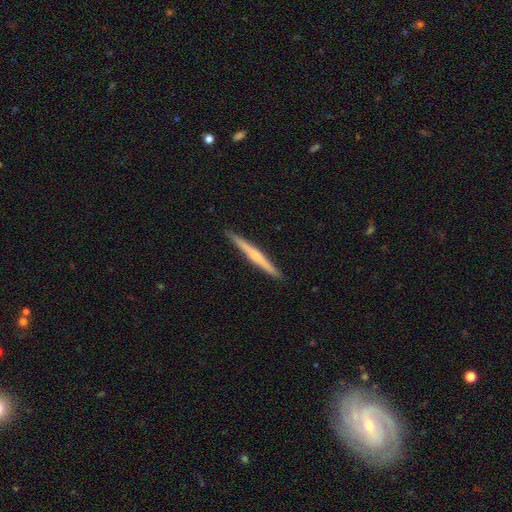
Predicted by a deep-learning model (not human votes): Smooth or featured?
  - featured or disk: 53% *
  - smooth: 42%
  - star or artifact: 5%
Edge-on disk?
  - yes: 98% *
  - no: 2%
Edge-on bulge?
  - none: 50% *
  - rounded: 41%
  - boxy: 9%
Merging?
  - none: 92% *
  - minor disturbance: 6%
  - major disturbance: 1%
  - merger: 1%